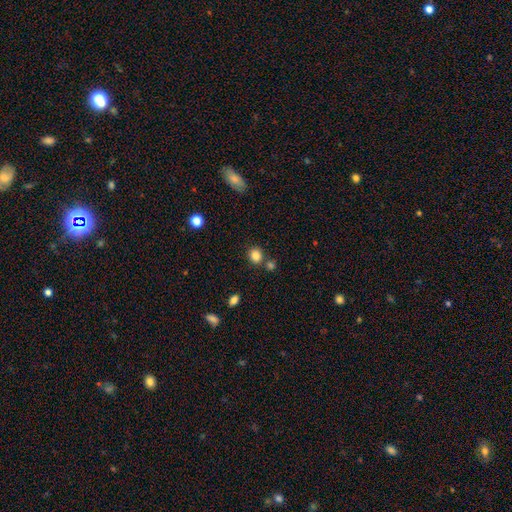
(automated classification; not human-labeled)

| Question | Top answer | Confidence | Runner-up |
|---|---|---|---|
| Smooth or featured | smooth | 84% | star or artifact (11%) |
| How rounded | round | 78% | in between (21%) |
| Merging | none | 74% | merger (13%) |